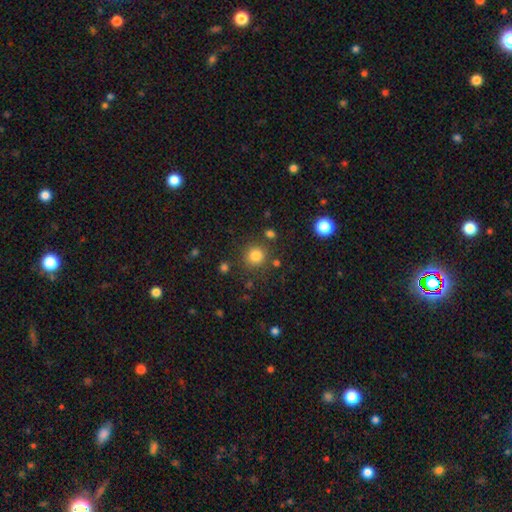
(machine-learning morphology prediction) smooth_or_featured: smooth (p=0.82) [alt: star or artifact p=0.13]
how_rounded: round (p=0.91) [alt: in between p=0.08]
merging: none (p=0.83) [alt: minor disturbance p=0.08]